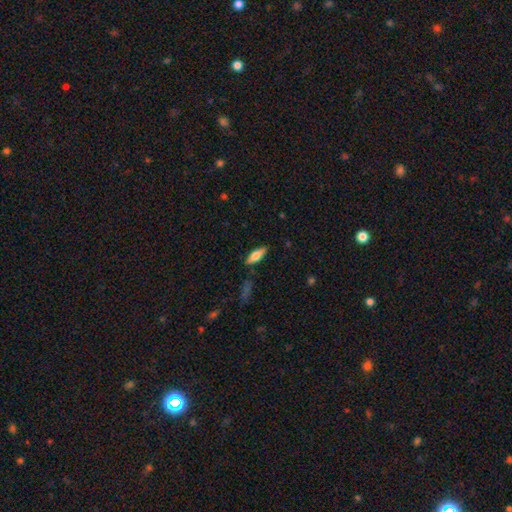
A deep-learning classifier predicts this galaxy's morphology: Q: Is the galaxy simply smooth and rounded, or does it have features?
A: smooth — 65%.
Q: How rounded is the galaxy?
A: in between — 64%.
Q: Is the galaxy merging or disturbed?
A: none — 84%.